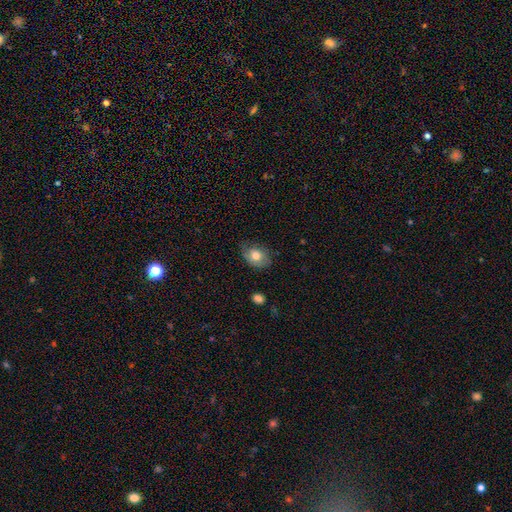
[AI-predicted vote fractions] Smooth or featured: smooth — 70% (featured or disk — 23%)
How rounded: in between — 70% (round — 29%)
Merging: none — 59% (minor disturbance — 29%)